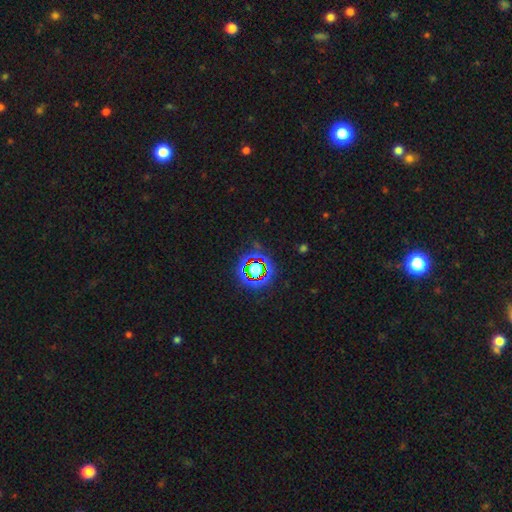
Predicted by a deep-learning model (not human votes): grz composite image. It shows a star or artifact, not a galaxy (73%).